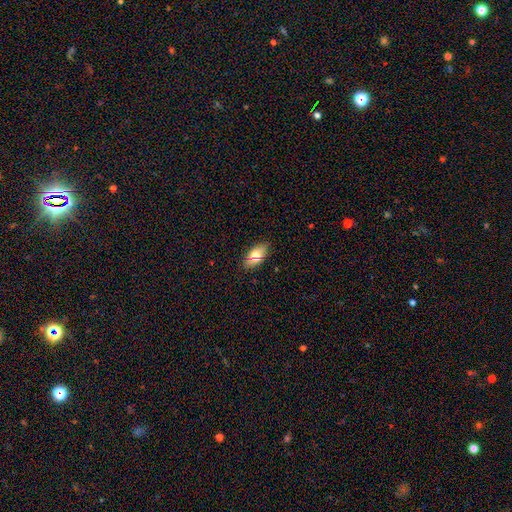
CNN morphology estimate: Smooth or featured?
  - smooth: 70% *
  - featured or disk: 23%
  - star or artifact: 7%
How rounded?
  - in between: 88% *
  - cigar-shaped: 8%
  - round: 4%
Merging?
  - none: 85% *
  - minor disturbance: 12%
  - major disturbance: 2%
  - merger: 1%